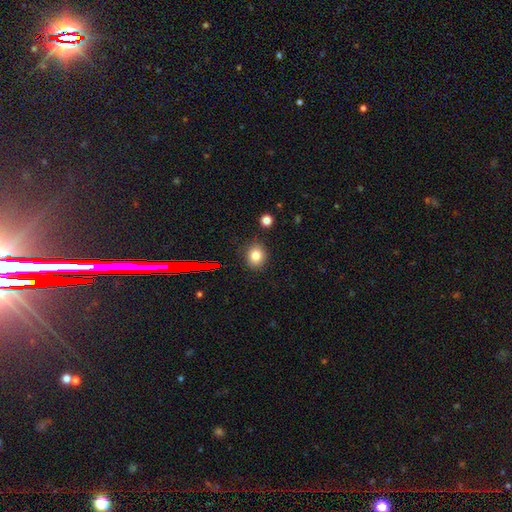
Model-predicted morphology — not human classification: Smooth or featured: smooth — 80% (star or artifact — 12%)
How rounded: round — 66% (in between — 32%)
Merging: none — 86% (minor disturbance — 9%)